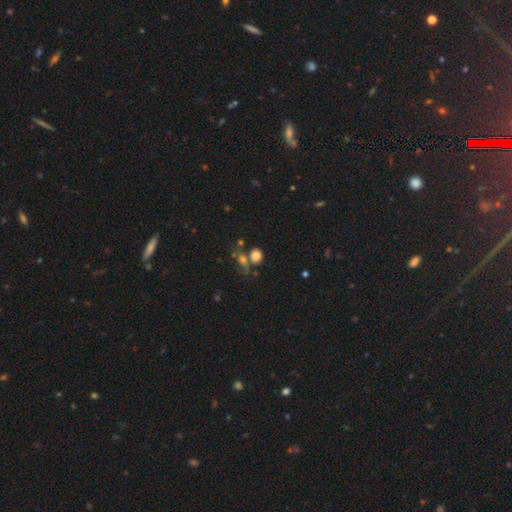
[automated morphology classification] Smooth or featured: smooth — 77% (star or artifact — 14%)
How rounded: round — 72% (in between — 26%)
Merging: none — 55% (merger — 26%)